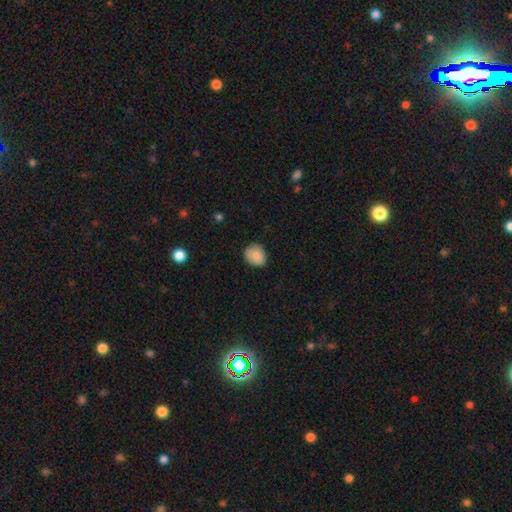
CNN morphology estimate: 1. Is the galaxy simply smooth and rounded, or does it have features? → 87% smooth, 8% star or artifact, 6% featured or disk.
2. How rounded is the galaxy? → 62% round, 37% in between, 1% cigar-shaped.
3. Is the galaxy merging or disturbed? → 80% none, 16% minor disturbance, 3% major disturbance, 1% merger.